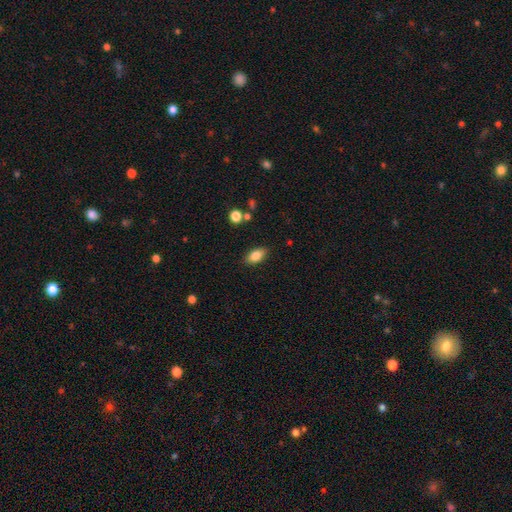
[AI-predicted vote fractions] The model was most divided on "merging": none: 86%, minor disturbance: 10%, major disturbance: 3%, merger: 2%. More confident: how rounded — in between (90%); smooth or featured — smooth (84%).